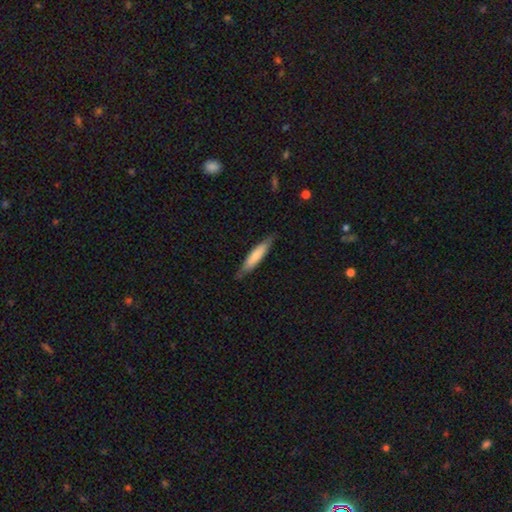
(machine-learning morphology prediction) smooth_or_featured: smooth (p=0.68) [alt: featured or disk p=0.27]
how_rounded: cigar-shaped (p=0.83) [alt: in between p=0.16]
merging: none (p=0.81) [alt: minor disturbance p=0.16]